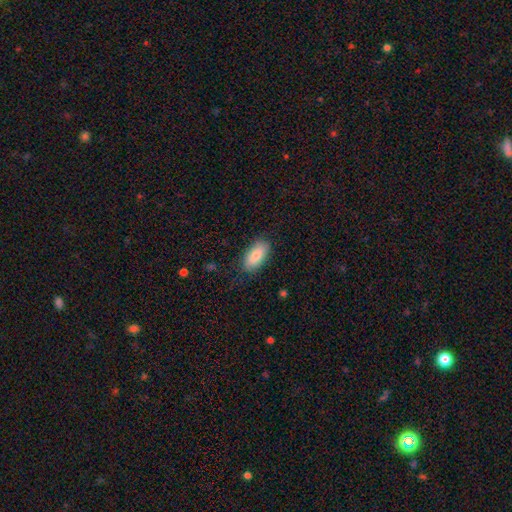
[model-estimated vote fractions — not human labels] smooth_or_featured: smooth (p=0.84) [alt: featured or disk p=0.10]
how_rounded: in between (p=0.90) [alt: cigar-shaped p=0.08]
merging: none (p=0.82) [alt: minor disturbance p=0.14]